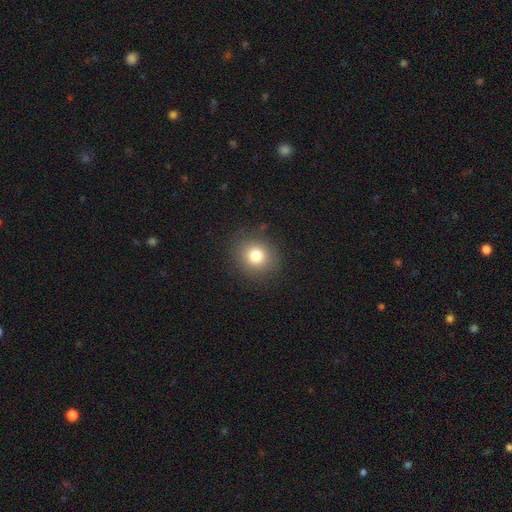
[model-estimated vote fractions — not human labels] smooth-or-featured: smooth: 79% | star or artifact: 12% | featured or disk: 9%
  how-rounded: round: 83% | in between: 16% | cigar-shaped: 1%
  merging: none: 87% | minor disturbance: 8% | major disturbance: 3% | merger: 1%